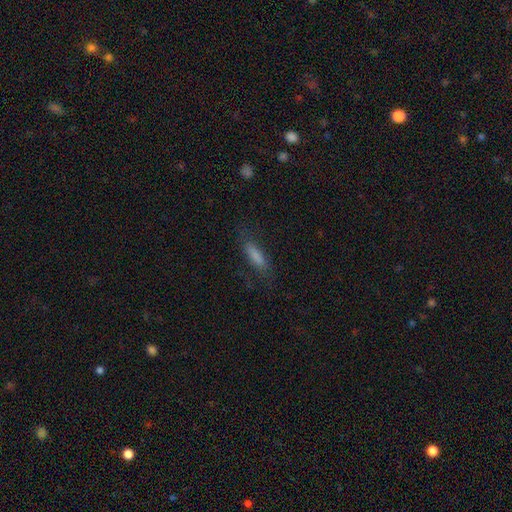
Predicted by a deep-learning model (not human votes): smooth-or-featured: smooth: 68% | featured or disk: 20% | star or artifact: 12%
  how-rounded: cigar-shaped: 64% | in between: 34% | round: 2%
  merging: none: 69% | minor disturbance: 19% | major disturbance: 10% | merger: 2%